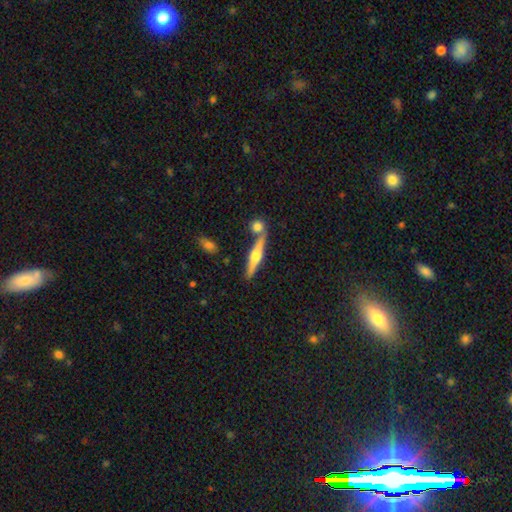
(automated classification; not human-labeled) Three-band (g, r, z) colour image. It shows a featured or disk galaxy (61%) viewed edge-on (96%) with a rounded central bulge (91%). Merging: none (72%).